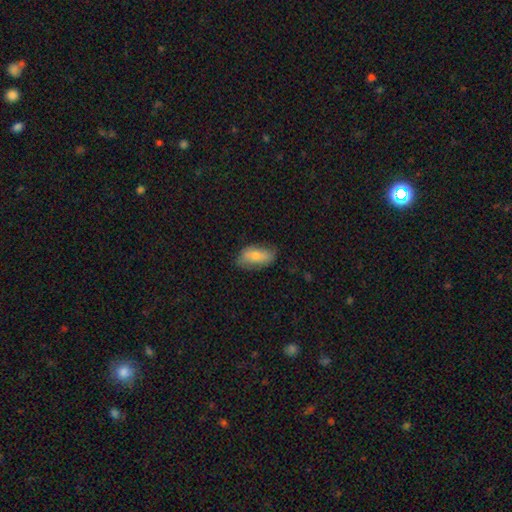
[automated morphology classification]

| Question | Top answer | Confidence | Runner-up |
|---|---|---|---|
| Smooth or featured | smooth | 71% | featured or disk (22%) |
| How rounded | in between | 90% | cigar-shaped (6%) |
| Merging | none | 69% | minor disturbance (23%) |